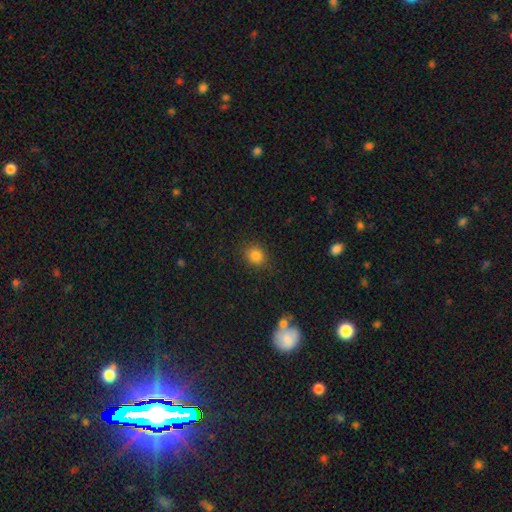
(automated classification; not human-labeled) Morphology: type=smooth (82%); roundness=round (72%); merging=none (84%).